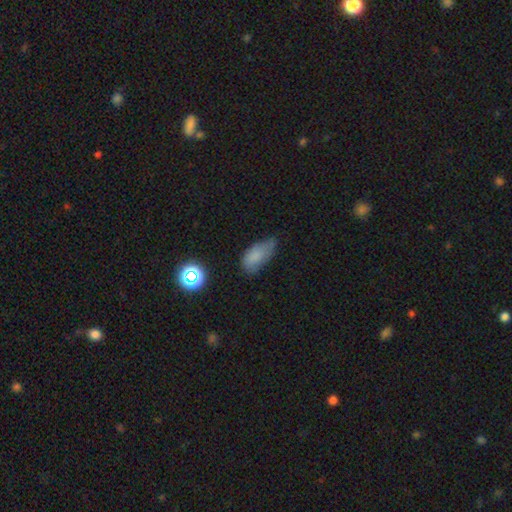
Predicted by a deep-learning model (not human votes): Q: Smooth or featured?
A: smooth (78%); runner-up: star or artifact (11%)
Q: How rounded?
A: in between (89%); runner-up: cigar-shaped (6%)
Q: Merging?
A: minor disturbance (44%); runner-up: none (41%)